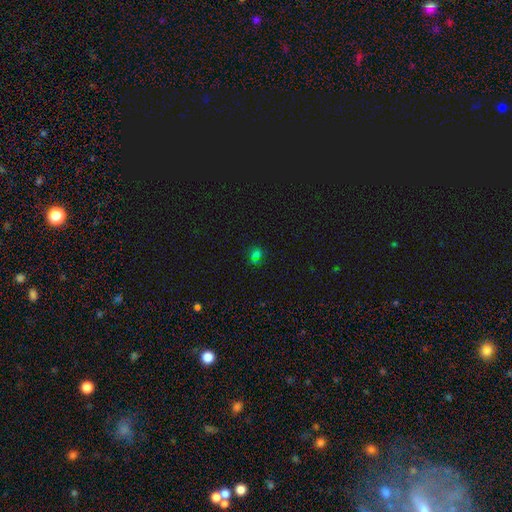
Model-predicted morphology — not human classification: Q: Smooth or featured?
A: smooth (50%); runner-up: star or artifact (42%)
Q: How rounded?
A: round (76%); runner-up: in between (23%)
Q: Merging?
A: none (71%); runner-up: minor disturbance (14%)